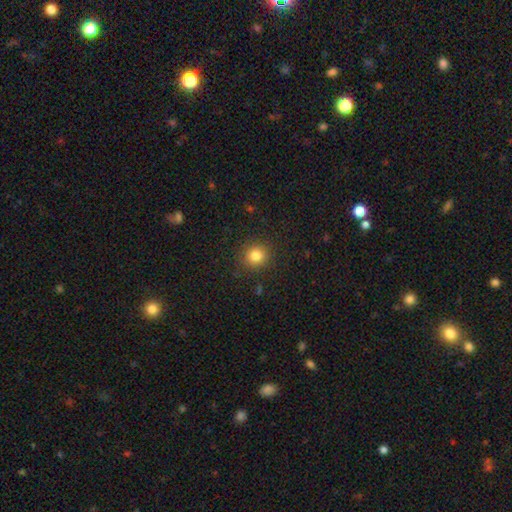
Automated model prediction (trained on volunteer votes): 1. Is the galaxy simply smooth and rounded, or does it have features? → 83% smooth, 12% star or artifact, 5% featured or disk.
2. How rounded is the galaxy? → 90% round, 9% in between, 1% cigar-shaped.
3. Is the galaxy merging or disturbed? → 89% none, 7% minor disturbance, 3% major disturbance, 1% merger.